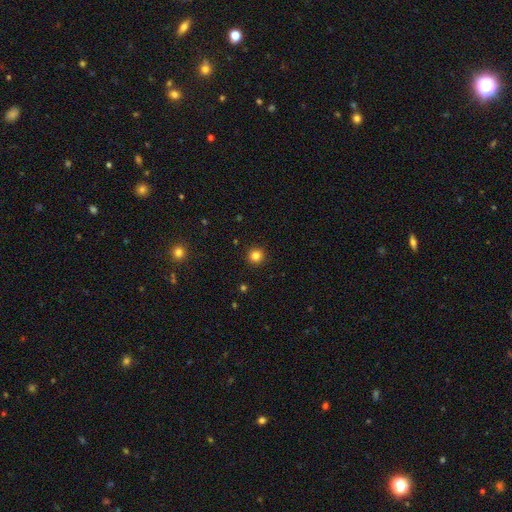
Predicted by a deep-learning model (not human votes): smooth_or_featured: smooth (p=0.83) [alt: star or artifact p=0.13]
how_rounded: round (p=0.95) [alt: in between p=0.04]
merging: none (p=0.93) [alt: minor disturbance p=0.04]